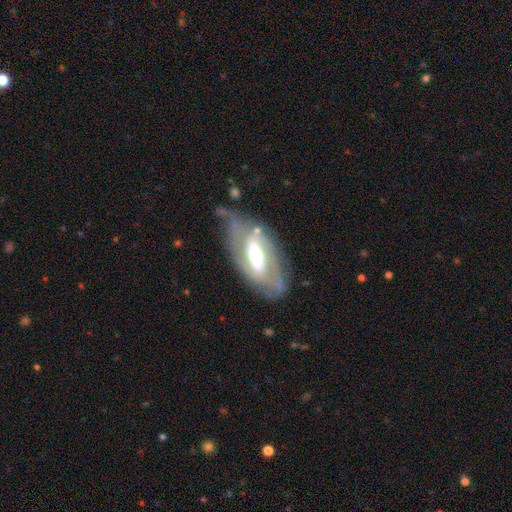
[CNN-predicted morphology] Smooth or featured: featured or disk — 78% (smooth — 16%)
Edge-on disk: no — 90% (yes — 10%)
Bar: strong — 49% (weak — 33%)
Spiral arms: yes — 78% (no — 22%)
Spiral winding: tight — 45% (medium — 39%)
Spiral arm count: 2 — 68% (can't tell — 21%)
Bulge size: moderate — 60% (small — 26%)
Merging: none — 61% (minor disturbance — 23%)